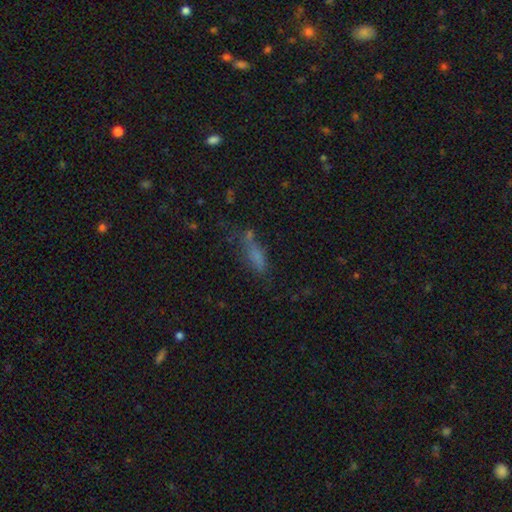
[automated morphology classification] Smooth or featured?
  - smooth: 67% *
  - star or artifact: 18%
  - featured or disk: 15%
How rounded?
  - in between: 52% *
  - cigar-shaped: 44%
  - round: 4%
Merging?
  - none: 48% *
  - minor disturbance: 24%
  - major disturbance: 15%
  - merger: 13%